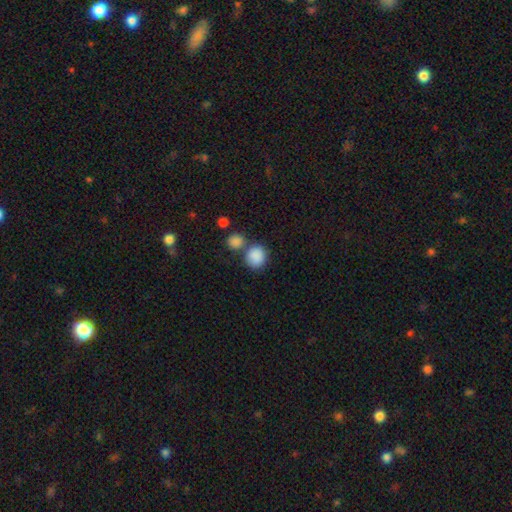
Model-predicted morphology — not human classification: A smooth galaxy with no disk features (88%) that is round (80%).

Vote fractions:
- Smooth or featured? smooth: 88% / star or artifact: 8% / featured or disk: 4%
- How rounded? round: 80% / in between: 19% / cigar-shaped: 1%
- Merging? none: 58% / merger: 28% / minor disturbance: 11% / major disturbance: 4%